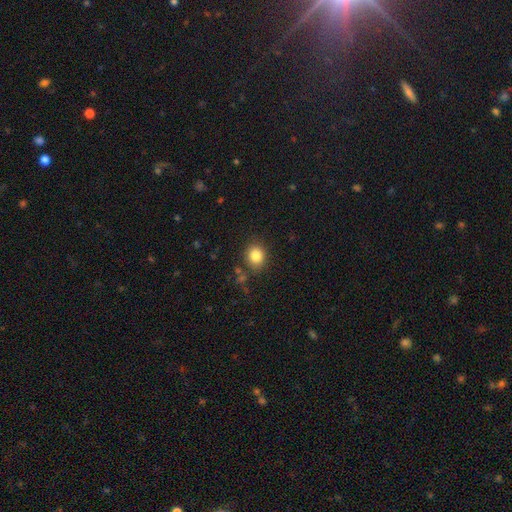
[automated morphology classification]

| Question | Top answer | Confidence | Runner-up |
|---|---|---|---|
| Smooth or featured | smooth | 84% | star or artifact (10%) |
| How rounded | round | 71% | in between (28%) |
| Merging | none | 82% | minor disturbance (11%) |